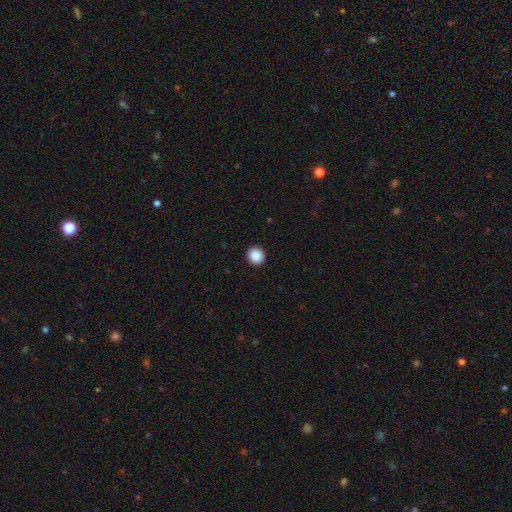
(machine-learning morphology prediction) The model was most divided on "how rounded": round: 88%, in between: 11%, cigar-shaped: 1%. More confident: merging — none (93%); smooth or featured — smooth (89%).